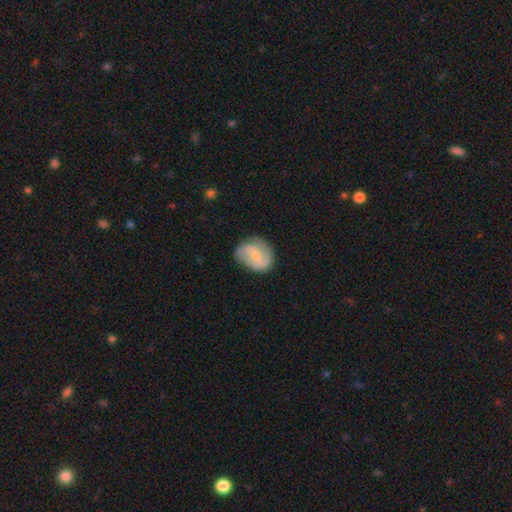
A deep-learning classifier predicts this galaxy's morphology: Overall: featured or disk (66%; smooth 28%). Edge-on disk: no (98%). Bar: weak (46%; no 43%). Spiral arms: yes (91%). Spiral arm count: 2 (82%). Spiral winding: medium (47%; loose 30%). Bulge size: small (57%; moderate 32%). Merging: none (69%).